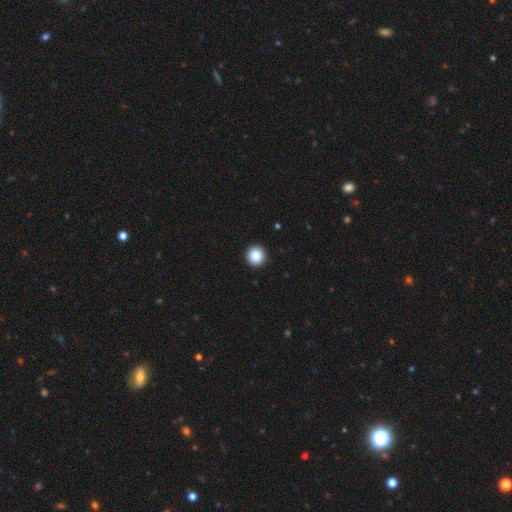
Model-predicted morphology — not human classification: A smooth galaxy with no disk features (87%) that is round (96%). Merging: none (93%).